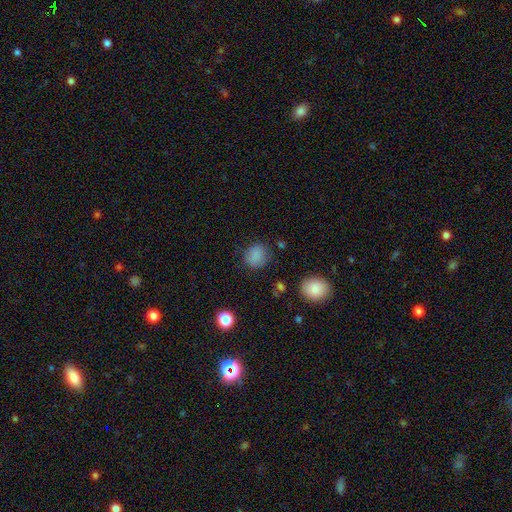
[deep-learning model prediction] smooth 83%, star or artifact 12%, featured or disk 5%. Down the decision tree: how rounded — round (76%); merging — none (78%).